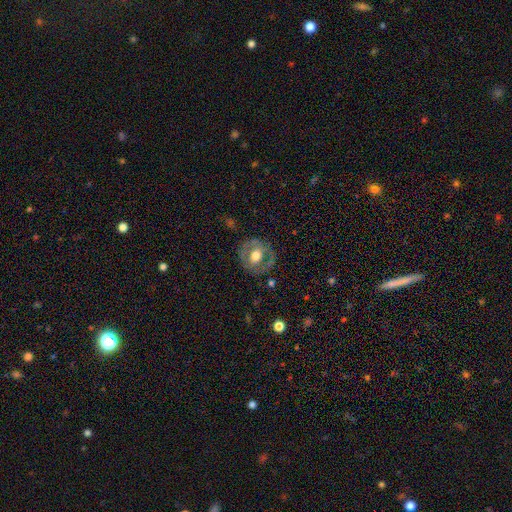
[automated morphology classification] smooth-or-featured: featured or disk: 49% | smooth: 44% | star or artifact: 7%
  merging: none: 76% | minor disturbance: 15% | major disturbance: 8% | merger: 1%